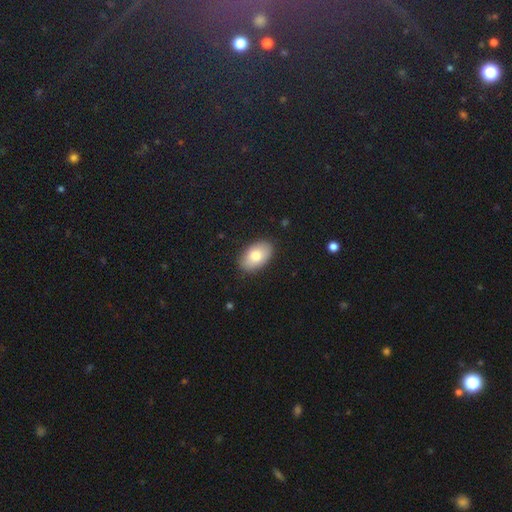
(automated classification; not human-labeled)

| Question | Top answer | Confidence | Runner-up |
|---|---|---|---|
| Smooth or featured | smooth | 79% | featured or disk (14%) |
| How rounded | in between | 92% | round (7%) |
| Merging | none | 87% | minor disturbance (10%) |